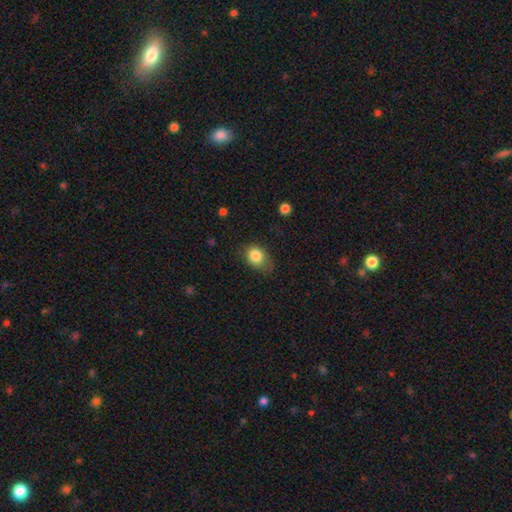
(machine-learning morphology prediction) smooth-or-featured: smooth: 84% | star or artifact: 9% | featured or disk: 7%
  how-rounded: in between: 59% | round: 40% | cigar-shaped: 1%
  merging: none: 58% | minor disturbance: 30% | major disturbance: 10% | merger: 2%